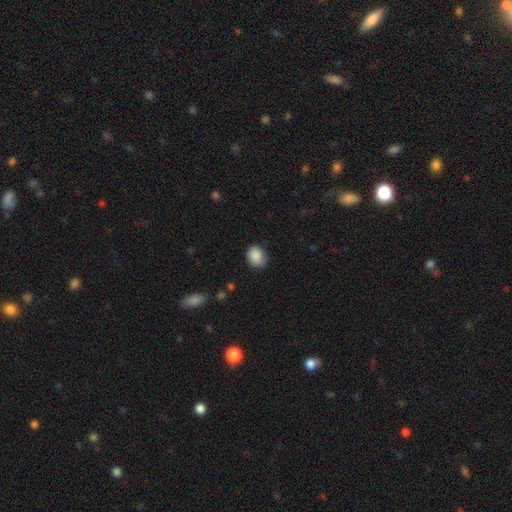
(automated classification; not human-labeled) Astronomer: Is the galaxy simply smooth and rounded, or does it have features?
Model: smooth — 89%.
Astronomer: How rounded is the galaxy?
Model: in between — 50% (runner-up: round, 49%).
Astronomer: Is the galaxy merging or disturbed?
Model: none — 77%.